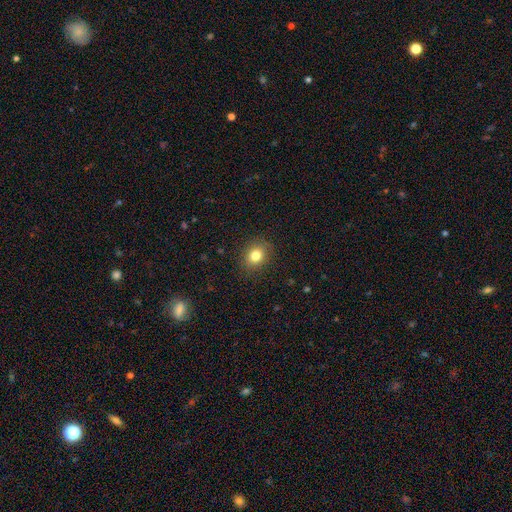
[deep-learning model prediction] A smooth galaxy with no disk features (82%) that is round (59%).

Vote fractions:
- Smooth or featured? smooth: 82% / star or artifact: 11% / featured or disk: 7%
- How rounded? round: 59% / in between: 41% / cigar-shaped: 1%
- Merging? none: 88% / minor disturbance: 9% / major disturbance: 3% / merger: 1%